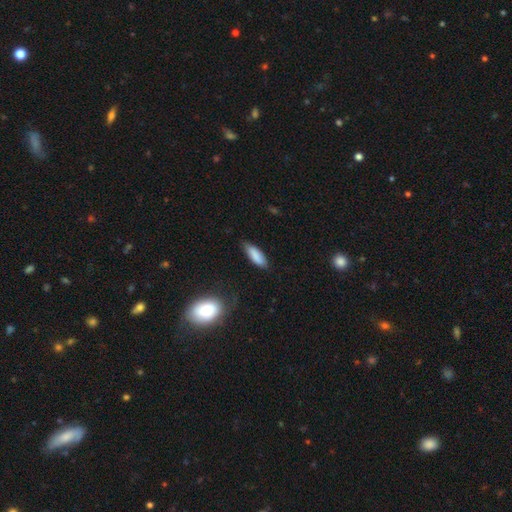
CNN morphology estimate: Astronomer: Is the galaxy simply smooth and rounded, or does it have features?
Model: smooth — 84%.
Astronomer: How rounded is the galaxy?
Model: in between — 60% (runner-up: cigar-shaped, 38%).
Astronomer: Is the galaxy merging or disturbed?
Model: none — 74%.